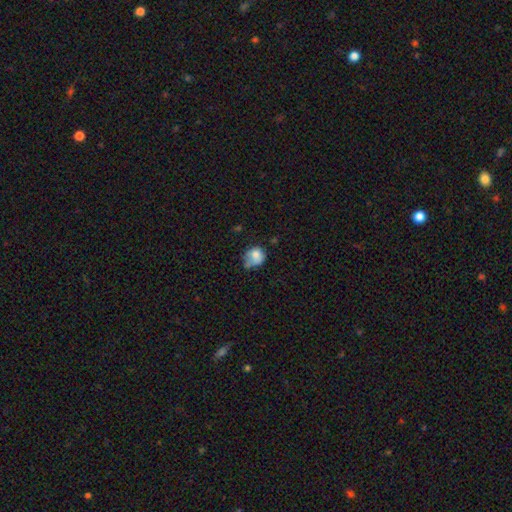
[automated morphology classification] A smooth galaxy with no disk features (75%) that is round (70%). Merging: none (38%).